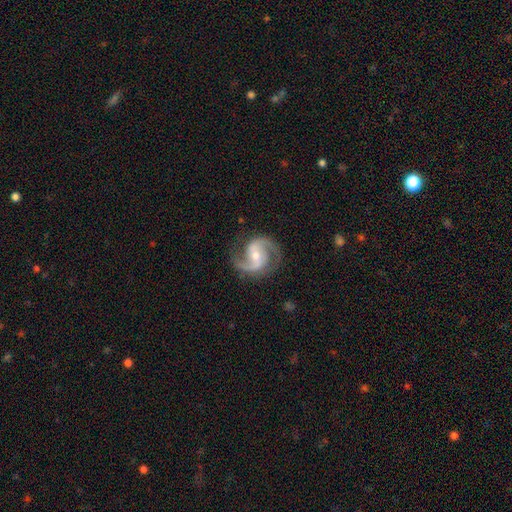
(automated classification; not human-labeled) This is clearly a featured or disk galaxy (92%). It is clearly not viewed edge-on (98%). Bar: marginally weak (44%). Spiral arm pattern: clearly yes (98%). Spiral arm count: clearly 2 (94%). Spiral winding: likely medium (62%). Central bulge: possibly moderate (54%). Merging: clearly none (82%).